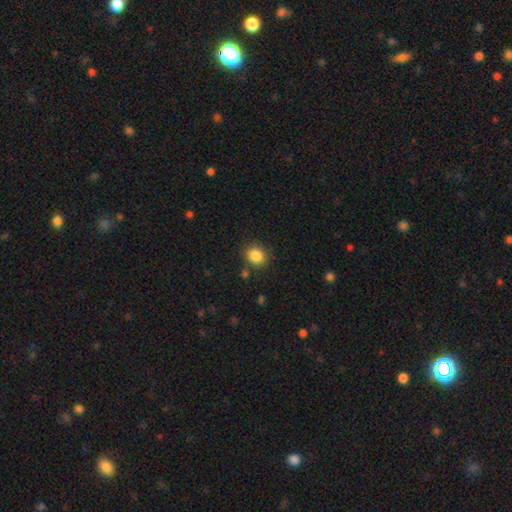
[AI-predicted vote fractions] Smooth or featured: smooth — 86% (star or artifact — 10%)
How rounded: round — 67% (in between — 32%)
Merging: none — 82% (minor disturbance — 11%)